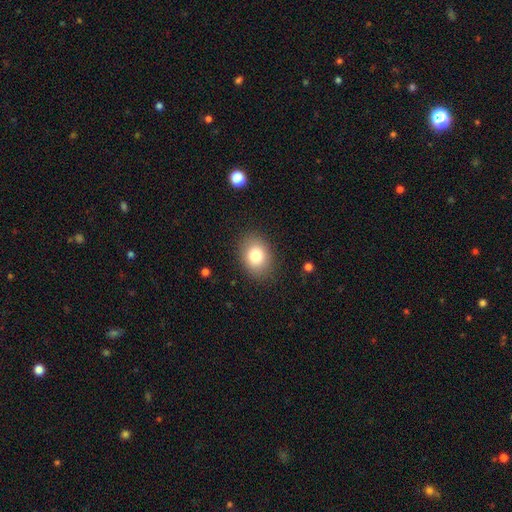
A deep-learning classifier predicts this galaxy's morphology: Smooth or featured?
  - smooth: 82% *
  - featured or disk: 9%
  - star or artifact: 9%
How rounded?
  - in between: 63% *
  - round: 36%
  - cigar-shaped: 1%
Merging?
  - none: 86% *
  - minor disturbance: 10%
  - major disturbance: 3%
  - merger: 1%